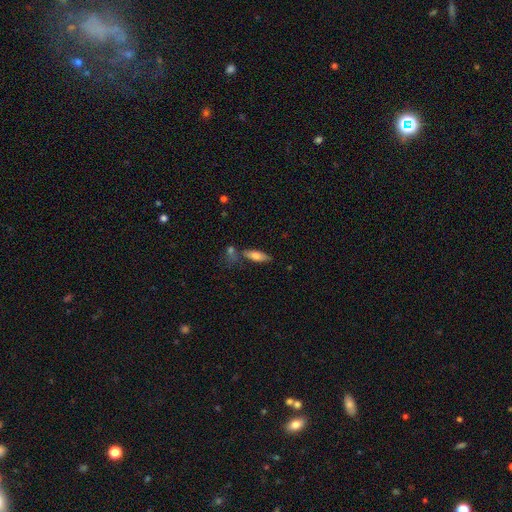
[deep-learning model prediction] Morphology: type=smooth (72%); roundness=in between (56%); merging=none (63%).